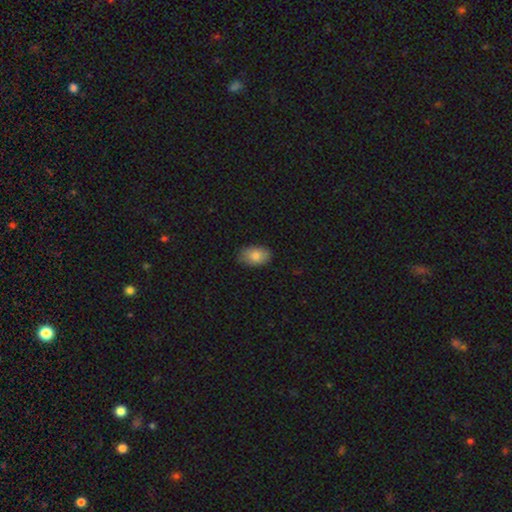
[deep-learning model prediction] A smooth galaxy with no disk features (83%) that is in between round and cigar-shaped (88%).

Vote fractions:
- Smooth or featured? smooth: 83% / featured or disk: 9% / star or artifact: 8%
- How rounded? in between: 88% / round: 10% / cigar-shaped: 1%
- Merging? none: 84% / minor disturbance: 13% / major disturbance: 2% / merger: 1%